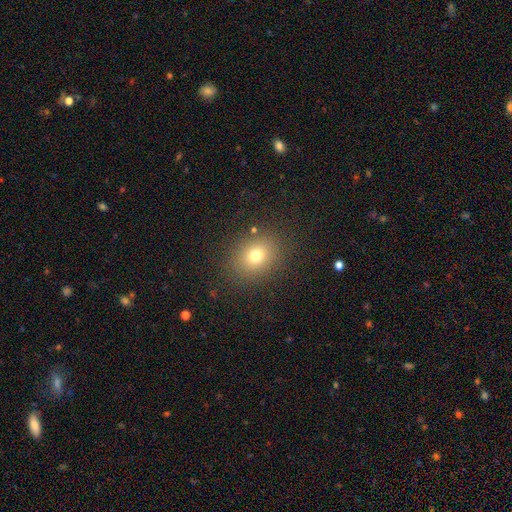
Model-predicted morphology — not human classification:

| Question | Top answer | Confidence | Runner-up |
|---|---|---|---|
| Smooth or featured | smooth | 75% | star or artifact (15%) |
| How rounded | round | 56% | in between (43%) |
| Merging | none | 86% | minor disturbance (9%) |